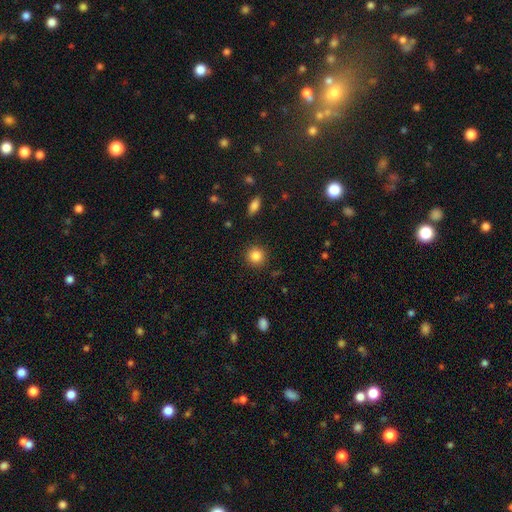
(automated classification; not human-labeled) Overall: smooth (85%). How rounded: round (92%). Merging: none (90%).